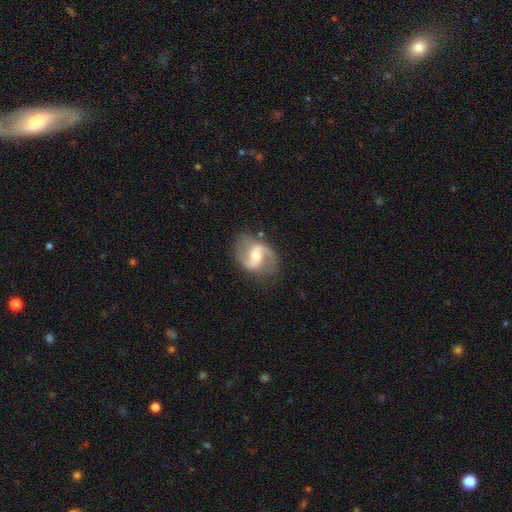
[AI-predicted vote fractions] A featured or disk galaxy (87%) with a weak bar (49%), 2 (93%) loose (48%) spiral arms (96%) and a moderate central bulge (57%). Merging: none (79%).